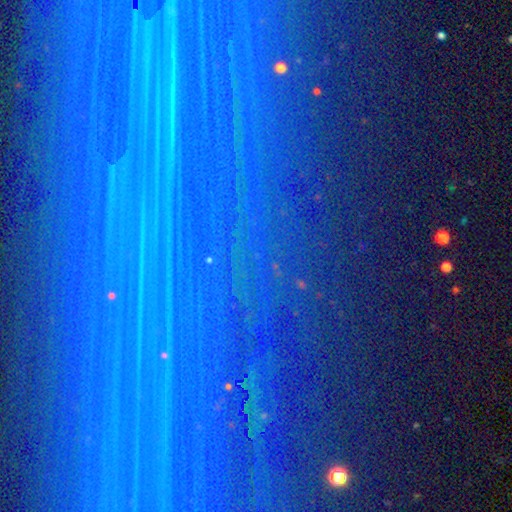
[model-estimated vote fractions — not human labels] This appears to be a star or artifact, not a galaxy (85%).